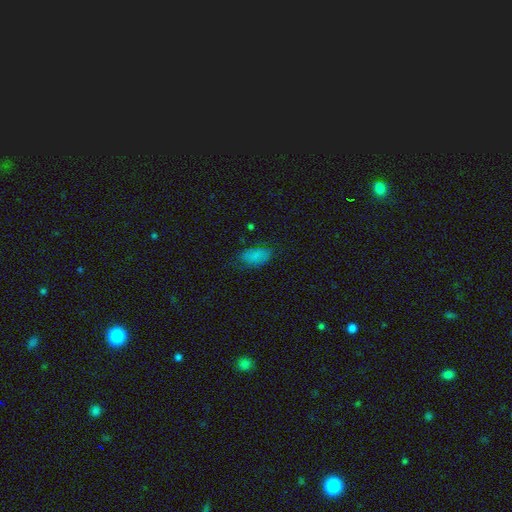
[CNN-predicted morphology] smooth_or_featured: smooth (p=0.80) [alt: star or artifact p=0.12]
how_rounded: in between (p=0.93) [alt: round p=0.05]
merging: none (p=0.67) [alt: minor disturbance p=0.24]